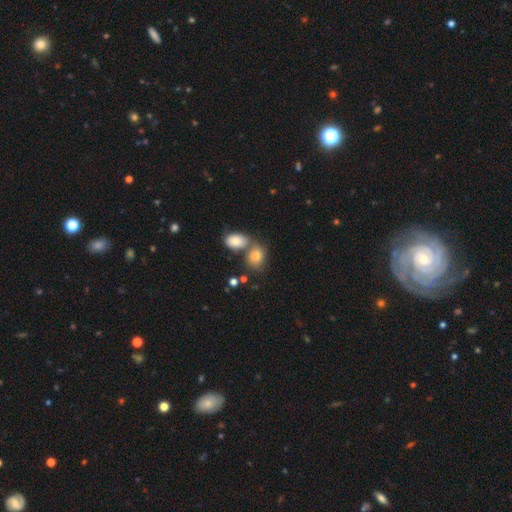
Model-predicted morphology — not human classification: A smooth galaxy with no disk features (80%) that is in between round and cigar-shaped (64%). Merging: merger (46%).